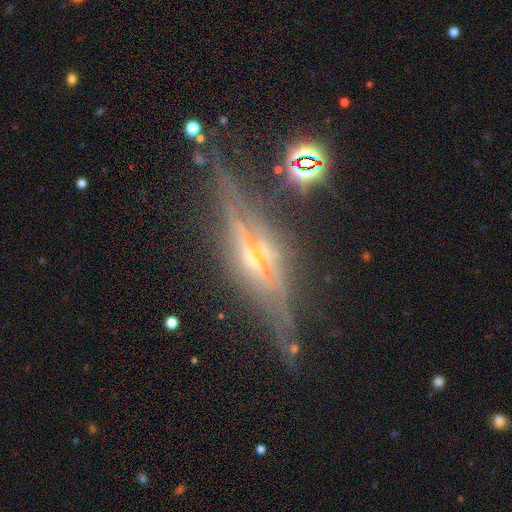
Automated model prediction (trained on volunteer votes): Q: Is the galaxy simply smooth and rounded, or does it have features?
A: featured or disk — 83%.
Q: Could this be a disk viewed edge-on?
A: yes — 93%.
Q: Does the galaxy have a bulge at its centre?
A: rounded — 79%.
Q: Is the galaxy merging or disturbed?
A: none — 76%.